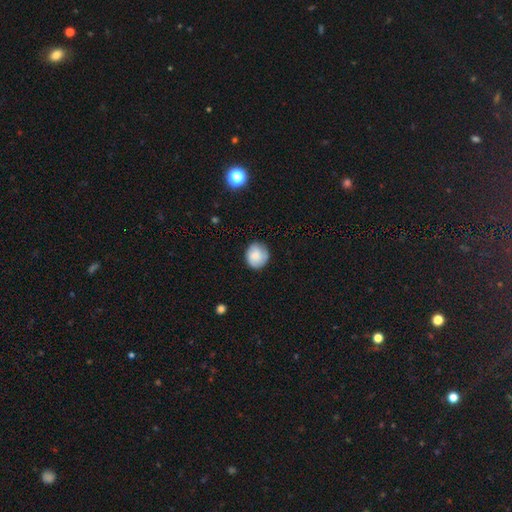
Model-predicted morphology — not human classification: This is likely a smooth galaxy (76%). How rounded: clearly round (81%). Merging: likely none (80%).